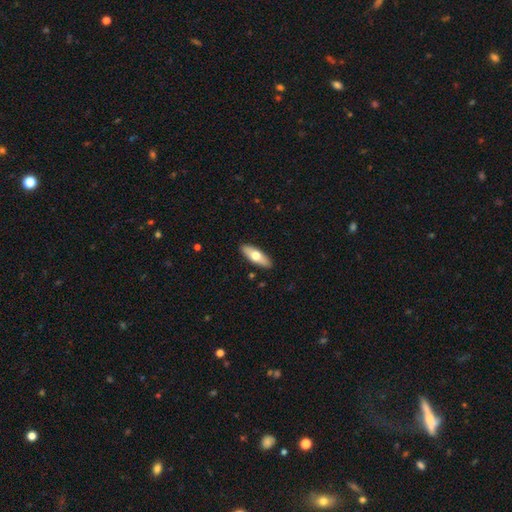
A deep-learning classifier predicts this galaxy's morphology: This appears to be a smooth galaxy with no disk features (60%) that is in between round and cigar-shaped (58%). Merging: none (90%).